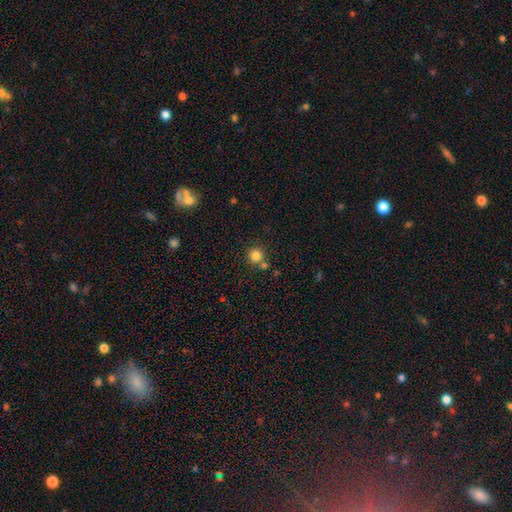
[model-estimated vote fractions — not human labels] A smooth galaxy with no disk features (82%) that is round (93%). Merging: none (72%).